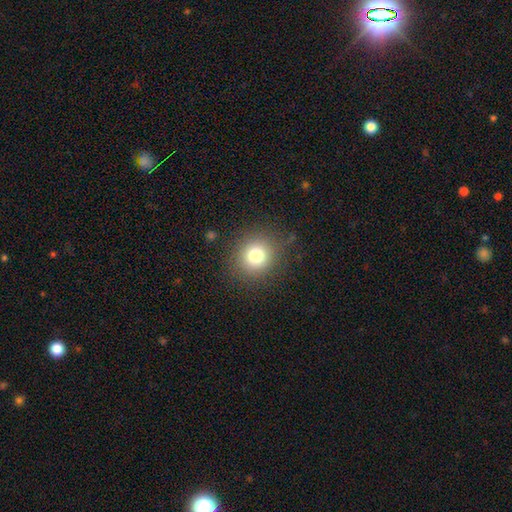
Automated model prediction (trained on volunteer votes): Smooth or featured? smooth (79%)
How rounded? round (88%)
Merging? none (86%)